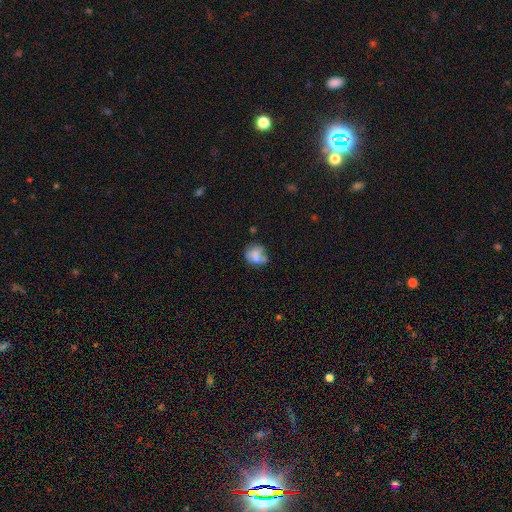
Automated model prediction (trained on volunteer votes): smooth_or_featured: smooth (p=0.70) [alt: featured or disk p=0.20]
how_rounded: round (p=0.71) [alt: in between p=0.28]
merging: none (p=0.49) [alt: minor disturbance p=0.26]